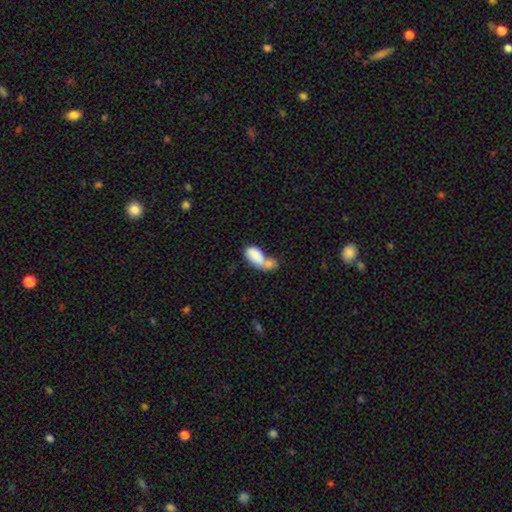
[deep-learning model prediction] Morphology: type=smooth (80%); roundness=in between (91%); merging=merger (64%).